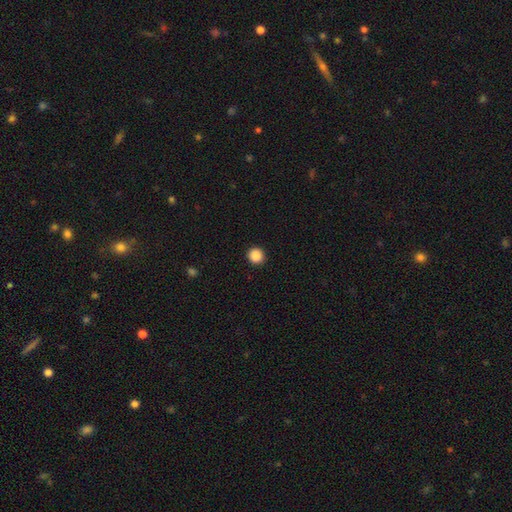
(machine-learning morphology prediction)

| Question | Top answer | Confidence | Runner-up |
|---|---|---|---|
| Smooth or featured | smooth | 88% | star or artifact (10%) |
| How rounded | round | 92% | in between (7%) |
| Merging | none | 93% | minor disturbance (4%) |